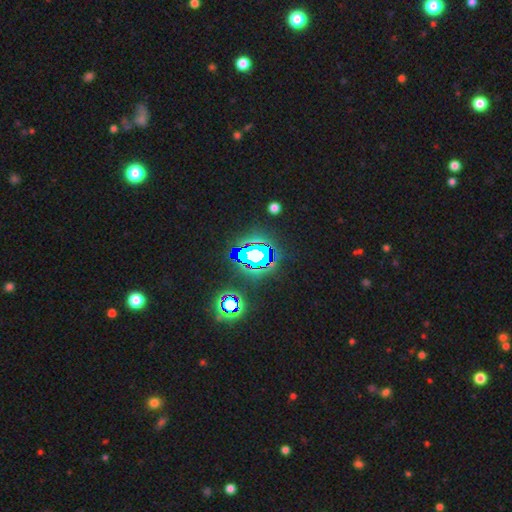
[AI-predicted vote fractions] star or artifact 66%, featured or disk 17%, smooth 17%.